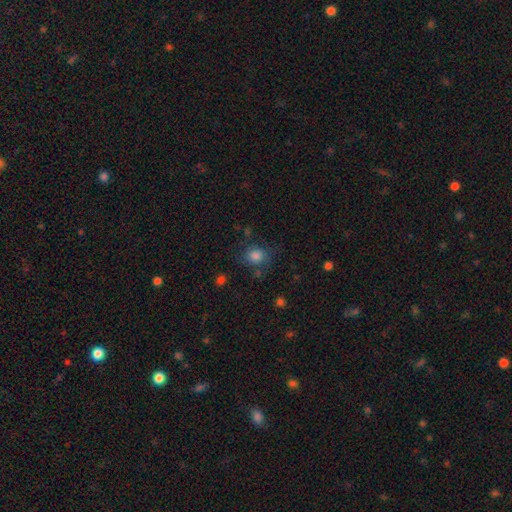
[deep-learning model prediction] smooth_or_featured: smooth (p=0.80) [alt: star or artifact p=0.11]
how_rounded: round (p=0.76) [alt: in between p=0.23]
merging: none (p=0.69) [alt: minor disturbance p=0.18]